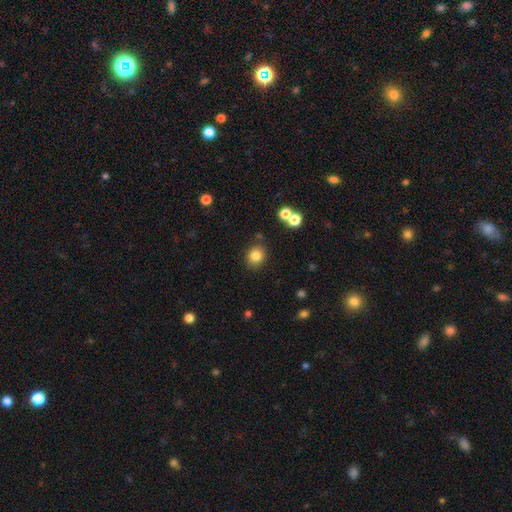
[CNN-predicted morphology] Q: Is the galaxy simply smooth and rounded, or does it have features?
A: smooth — 83%.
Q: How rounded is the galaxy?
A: round — 77%.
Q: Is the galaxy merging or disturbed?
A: none — 83%.